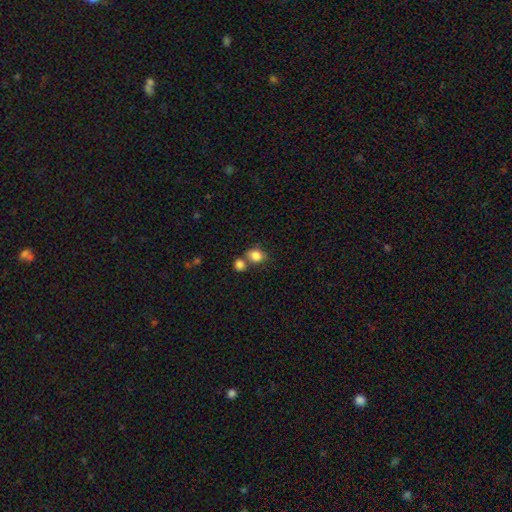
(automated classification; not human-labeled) Smooth or featured? smooth (84%)
How rounded? round (57%)
Merging? none (50%)